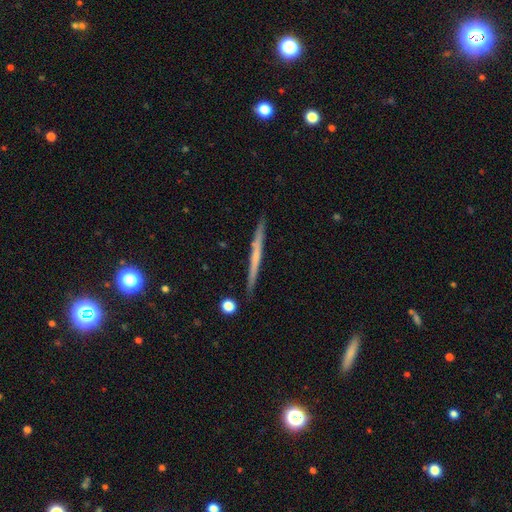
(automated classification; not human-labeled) featured or disk 55%, smooth 39%, star or artifact 6%. Down the decision tree: edge-on disk — yes (97%); edge-on bulge — none (84%); merging — none (90%).